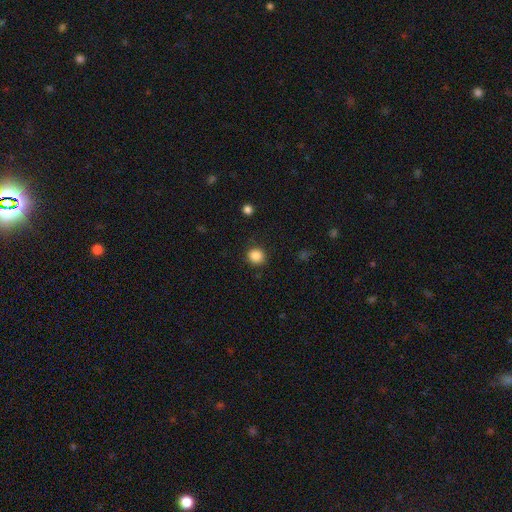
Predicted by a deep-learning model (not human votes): smooth 87%, star or artifact 10%, featured or disk 3%. Down the decision tree: how rounded — round (90%); merging — none (88%).